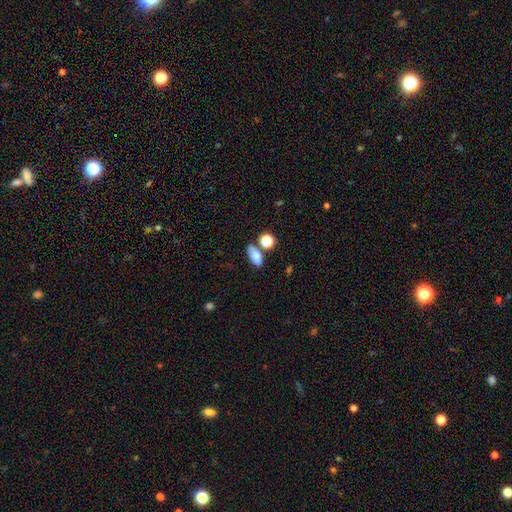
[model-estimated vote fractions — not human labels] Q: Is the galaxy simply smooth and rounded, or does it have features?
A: smooth — 78%.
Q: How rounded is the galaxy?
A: in between — 84%.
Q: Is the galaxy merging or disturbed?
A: none — 67%.